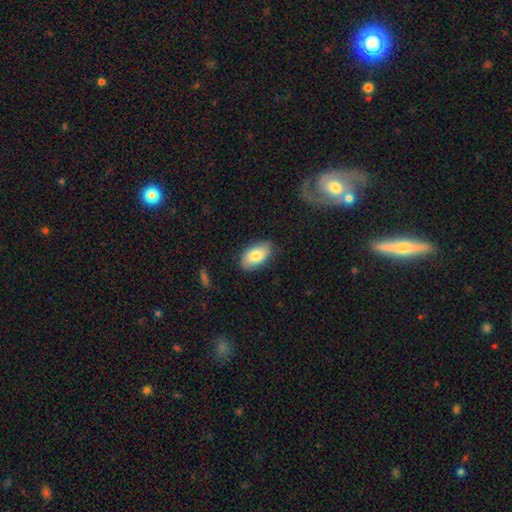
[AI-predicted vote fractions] A smooth galaxy with no disk features (80%) that is in between round and cigar-shaped (93%). Merging: none (83%).